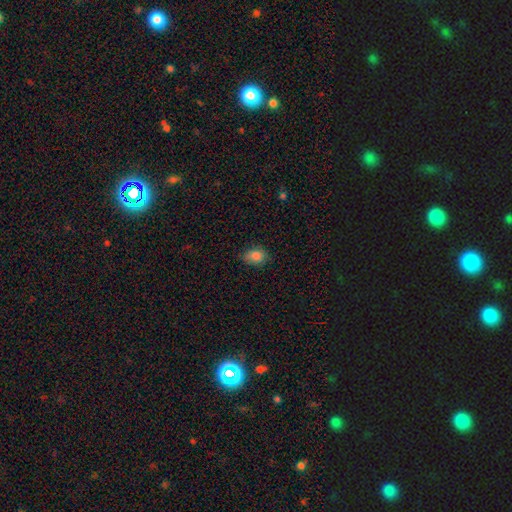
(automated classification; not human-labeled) A smooth galaxy with no disk features (86%) that is in between round and cigar-shaped (69%).

Vote fractions:
- Smooth or featured? smooth: 86% / star or artifact: 10% / featured or disk: 5%
- How rounded? in between: 69% / round: 30% / cigar-shaped: 1%
- Merging? none: 73% / minor disturbance: 22% / major disturbance: 4% / merger: 1%